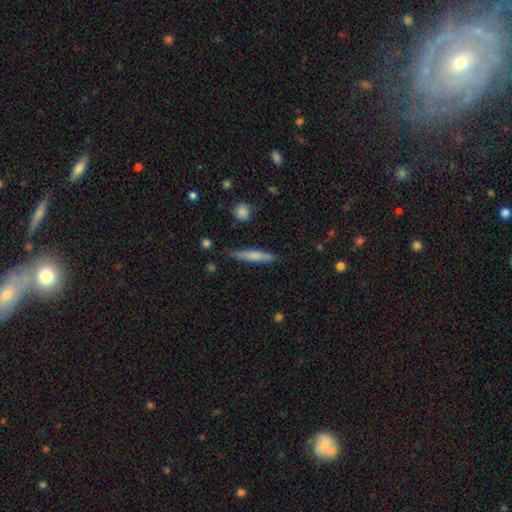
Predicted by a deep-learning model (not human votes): Morphology: type=smooth (69%); roundness=cigar-shaped (91%); merging=none (81%).